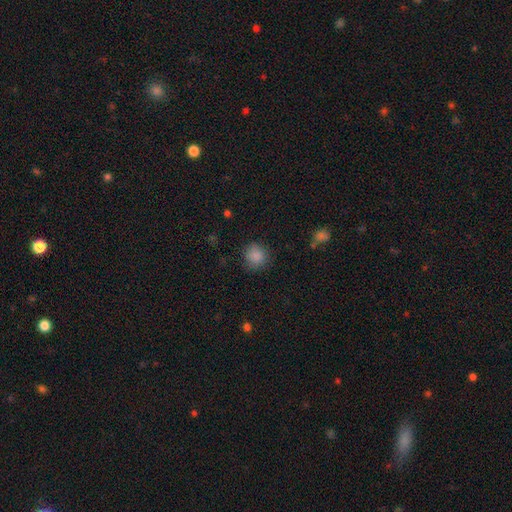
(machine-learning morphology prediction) A smooth galaxy with no disk features (86%) that is round (91%).

Vote fractions:
- Smooth or featured? smooth: 86% / star or artifact: 10% / featured or disk: 4%
- How rounded? round: 91% / in between: 8% / cigar-shaped: 1%
- Merging? none: 85% / minor disturbance: 11% / major disturbance: 3% / merger: 1%